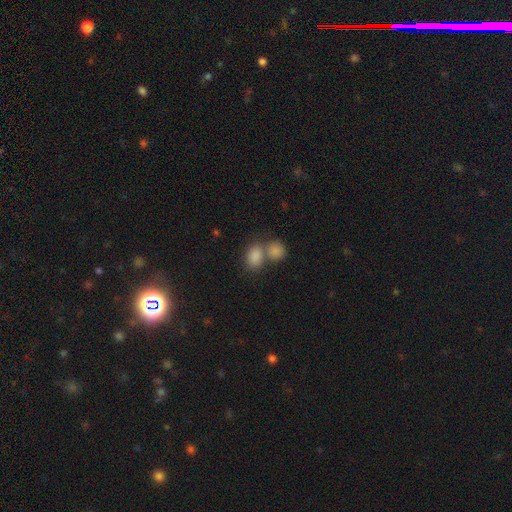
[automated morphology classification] This appears to be a smooth galaxy with no disk features (77%) that is in between round and cigar-shaped (62%). Merging: merger (50%).